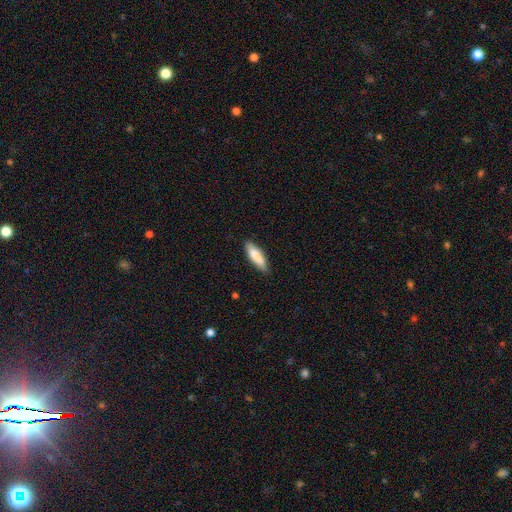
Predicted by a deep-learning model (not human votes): This appears to be a smooth galaxy with no disk features (83%) that is cigar-shaped (58%). Merging: none (84%).